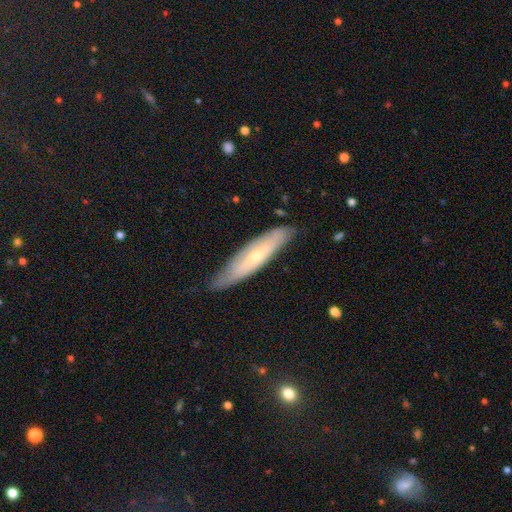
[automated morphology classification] Smooth or featured? featured or disk (51%)
Edge-on disk? yes (53%)
Merging? none (76%)